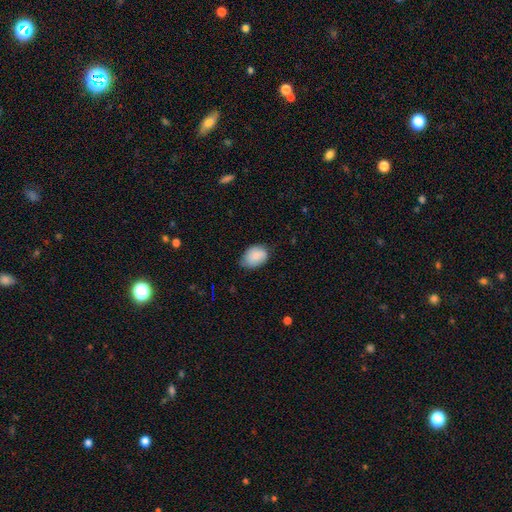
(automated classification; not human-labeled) Morphology: type=smooth (84%); roundness=in between (75%); merging=none (59%).